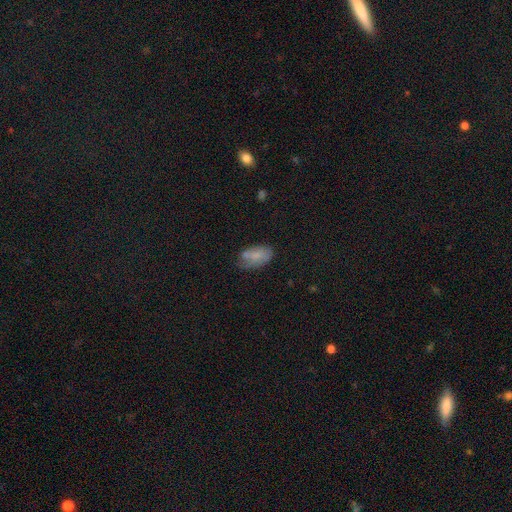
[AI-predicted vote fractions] smooth-or-featured: smooth: 71% | featured or disk: 21% | star or artifact: 8%
  how-rounded: in between: 92% | round: 4% | cigar-shaped: 3%
  merging: none: 51% | minor disturbance: 31% | major disturbance: 11% | merger: 7%